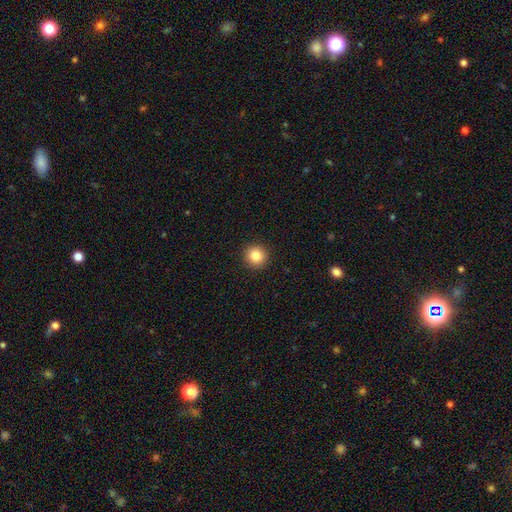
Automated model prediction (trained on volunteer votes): This appears to be a smooth galaxy with no disk features (84%) that is round (95%). Merging: none (93%).